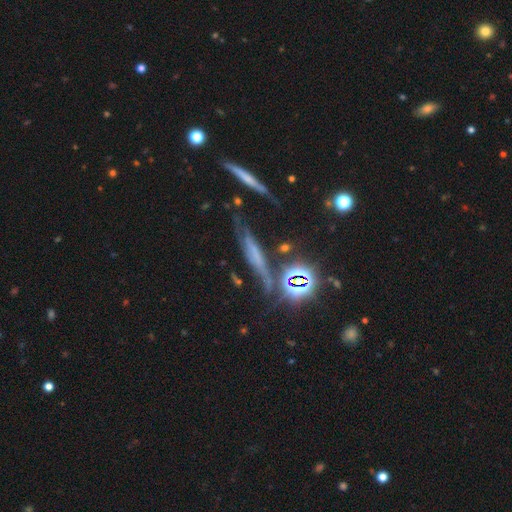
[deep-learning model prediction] Smooth or featured? Predicted: featured or disk (p=0.39). Merging? Predicted: none (p=0.60).